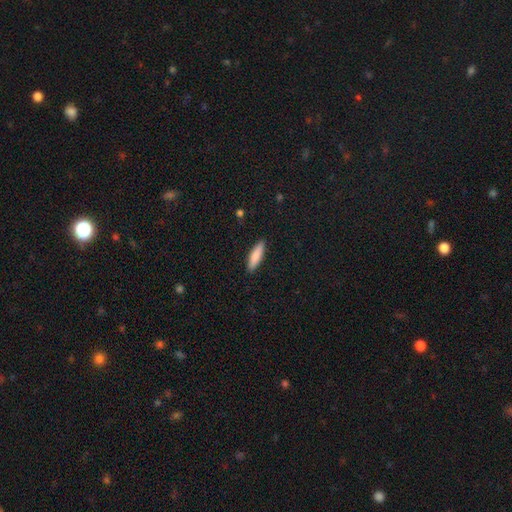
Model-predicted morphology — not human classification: smooth_or_featured: smooth (p=0.83) [alt: featured or disk p=0.12]
how_rounded: cigar-shaped (p=0.66) [alt: in between p=0.32]
merging: none (p=0.90) [alt: minor disturbance p=0.07]